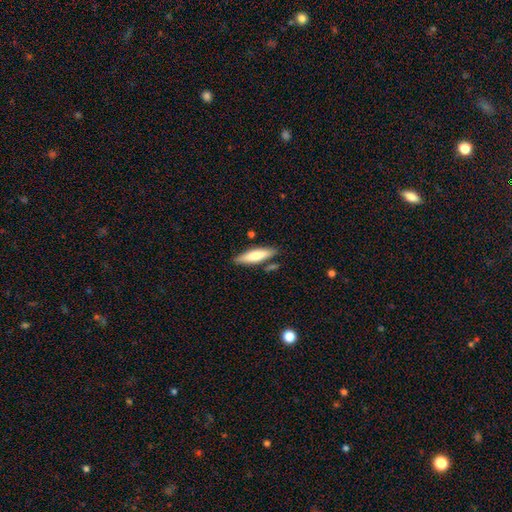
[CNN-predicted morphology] A smooth galaxy with no disk features (70%) that is cigar-shaped (67%). Merging: none (79%).